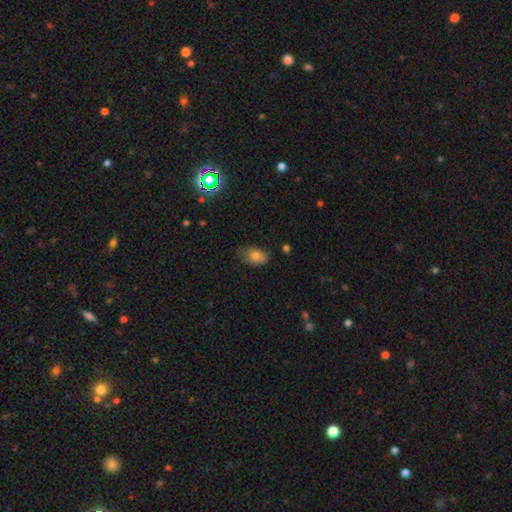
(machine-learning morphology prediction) Smooth or featured? smooth (79%)
How rounded? in between (84%)
Merging? none (65%)